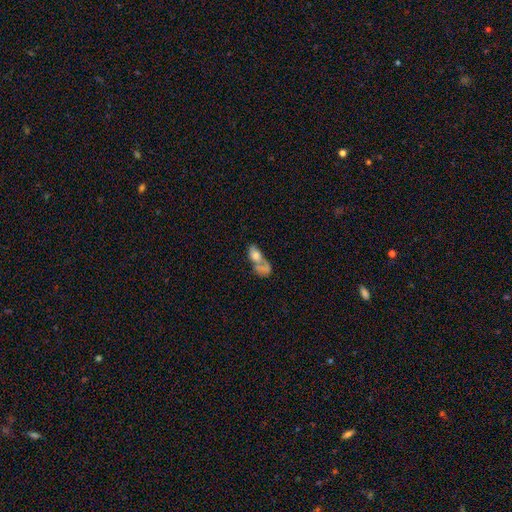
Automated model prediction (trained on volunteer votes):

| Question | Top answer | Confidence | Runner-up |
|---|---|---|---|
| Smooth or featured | smooth | 60% | featured or disk (30%) |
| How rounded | in between | 81% | round (12%) |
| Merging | merger | 59% | major disturbance (17%) |